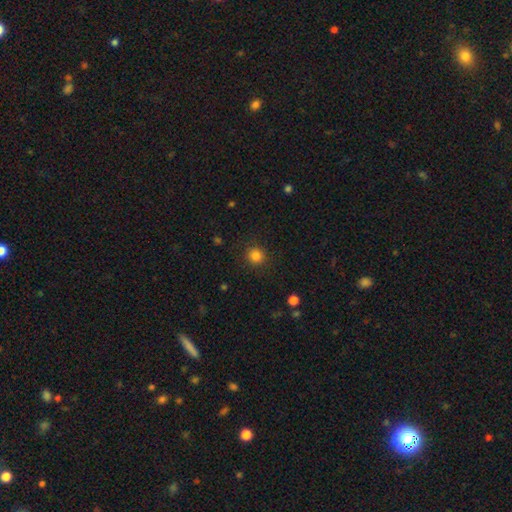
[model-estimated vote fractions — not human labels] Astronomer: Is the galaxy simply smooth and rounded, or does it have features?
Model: smooth — 84%.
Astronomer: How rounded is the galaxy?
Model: round — 92%.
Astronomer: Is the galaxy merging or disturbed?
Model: none — 88%.